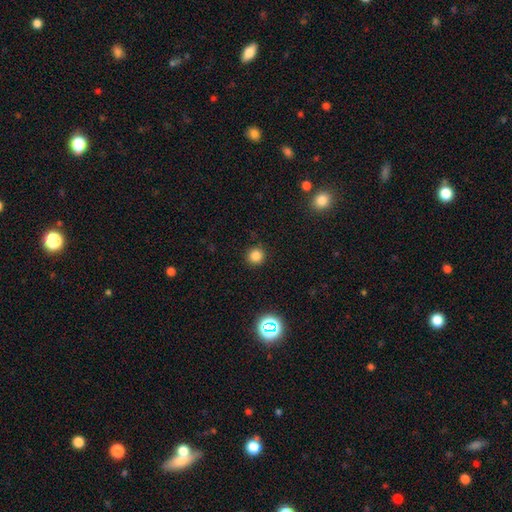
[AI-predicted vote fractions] Smooth or featured? Predicted: smooth (p=0.81). How rounded? Predicted: round (p=0.94). Merging? Predicted: none (p=0.91).